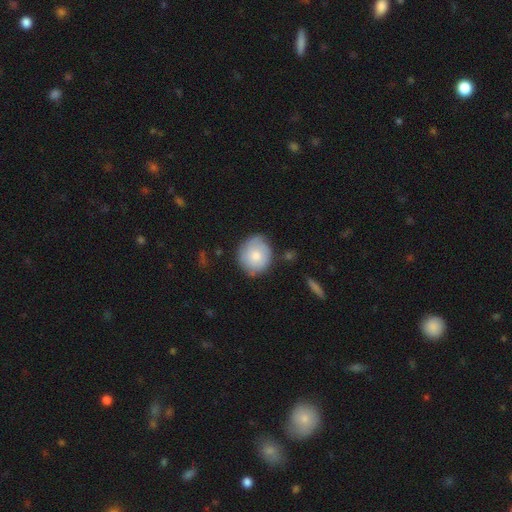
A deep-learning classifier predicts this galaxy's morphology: Smooth or featured?
  - smooth: 72% *
  - featured or disk: 22%
  - star or artifact: 6%
How rounded?
  - round: 78% *
  - in between: 21%
  - cigar-shaped: 1%
Merging?
  - none: 68% *
  - minor disturbance: 24%
  - major disturbance: 5%
  - merger: 3%